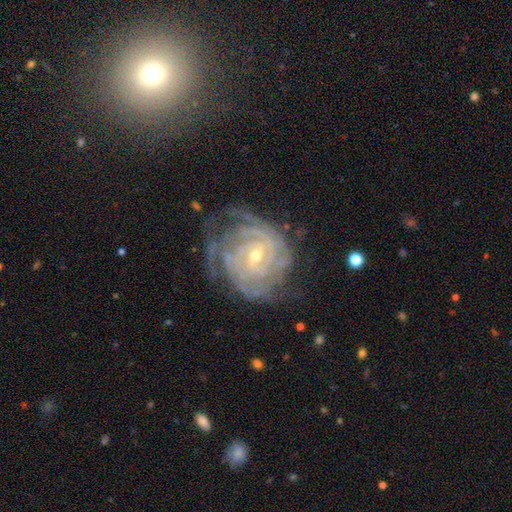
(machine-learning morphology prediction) type=featured or disk (90%); edge-on=no (97%); bar=weak (43%); spiral arms=yes (97%); winding=tight (81%); arm count=can't tell (28%); bulge=small (61%); merging=none (62%).